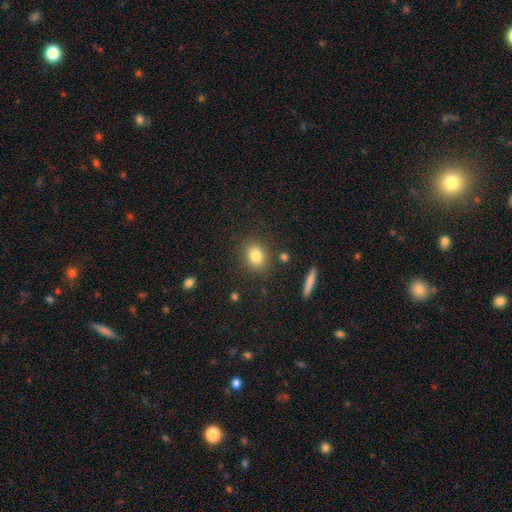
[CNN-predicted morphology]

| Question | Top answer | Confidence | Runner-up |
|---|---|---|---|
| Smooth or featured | smooth | 82% | star or artifact (10%) |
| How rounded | in between | 56% | round (42%) |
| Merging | none | 84% | minor disturbance (10%) |